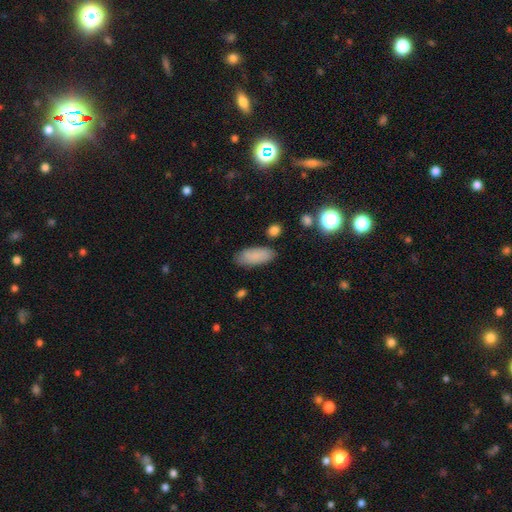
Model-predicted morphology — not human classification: This appears to be a smooth galaxy with no disk features (85%) that is in between round and cigar-shaped (77%). Merging: none (81%).